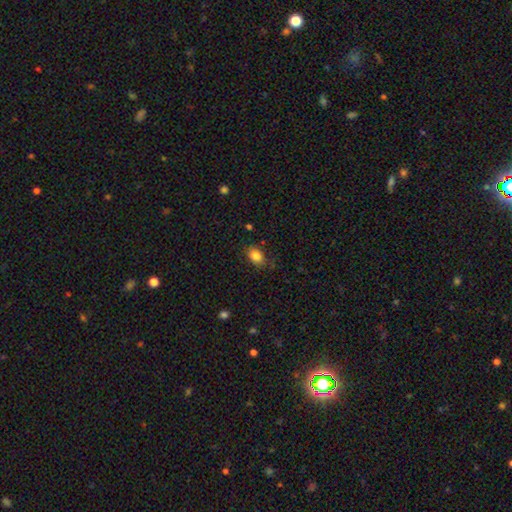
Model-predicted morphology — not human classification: A smooth galaxy with no disk features (84%) that is in between round and cigar-shaped (73%).

Vote fractions:
- Smooth or featured? smooth: 84% / star or artifact: 10% / featured or disk: 6%
- How rounded? in between: 73% / round: 26% / cigar-shaped: 1%
- Merging? none: 81% / minor disturbance: 14% / major disturbance: 3% / merger: 2%